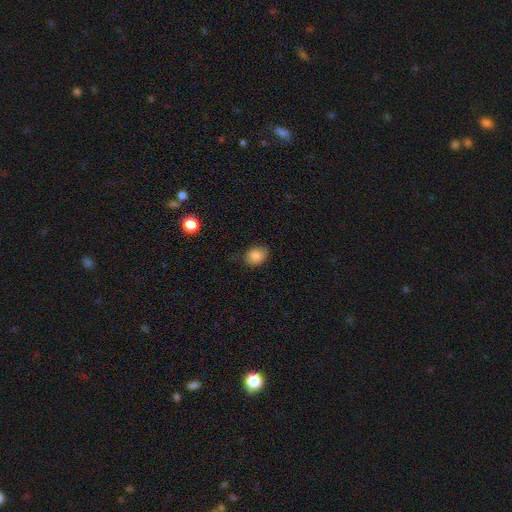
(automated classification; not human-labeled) Smooth or featured: smooth — 85% (star or artifact — 9%)
How rounded: in between — 58% (round — 41%)
Merging: none — 71% (minor disturbance — 22%)